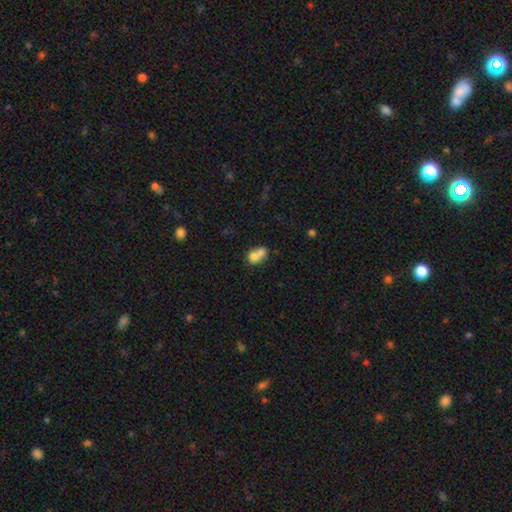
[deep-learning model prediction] Smooth or featured: smooth — 71% (featured or disk — 19%)
How rounded: round — 56% (in between — 43%)
Merging: merger — 69% (none — 21%)